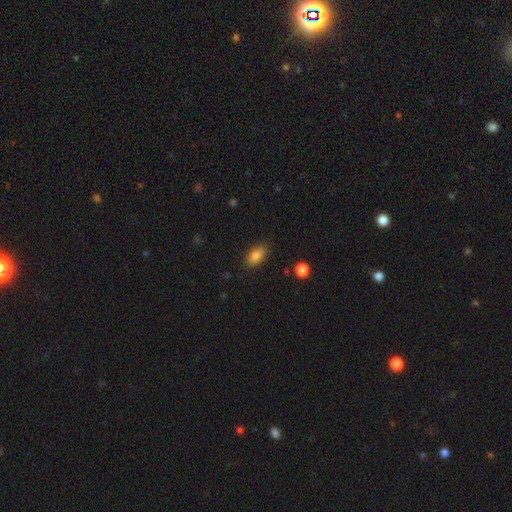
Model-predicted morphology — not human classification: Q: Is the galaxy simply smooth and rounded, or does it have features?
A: smooth — 84%.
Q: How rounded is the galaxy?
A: in between — 88%.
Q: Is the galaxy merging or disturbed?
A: none — 84%.